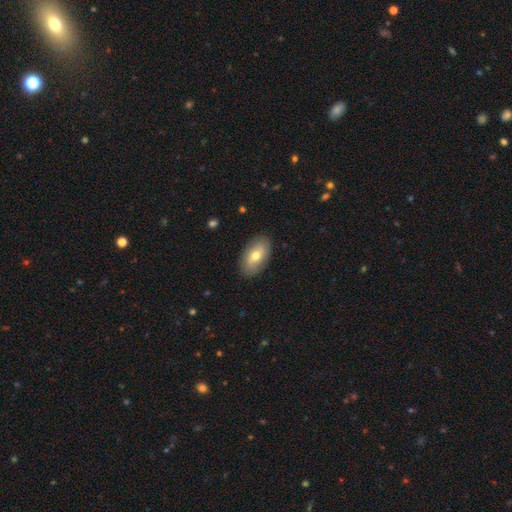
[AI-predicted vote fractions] smooth 67%, featured or disk 27%, star or artifact 6%. Down the decision tree: how rounded — in between (92%); merging — none (87%).